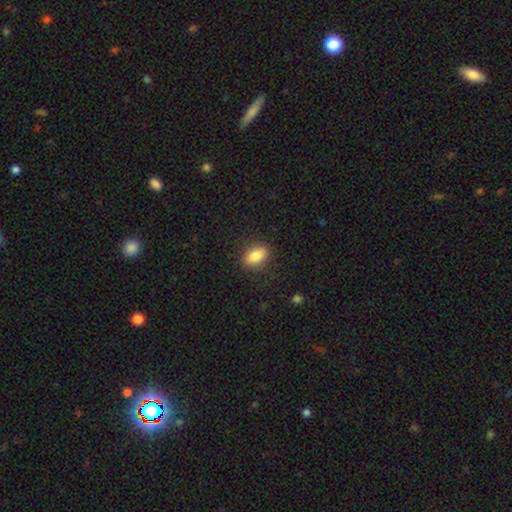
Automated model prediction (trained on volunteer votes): This appears to be a smooth galaxy with no disk features (83%) that is in between round and cigar-shaped (86%). Merging: none (86%).